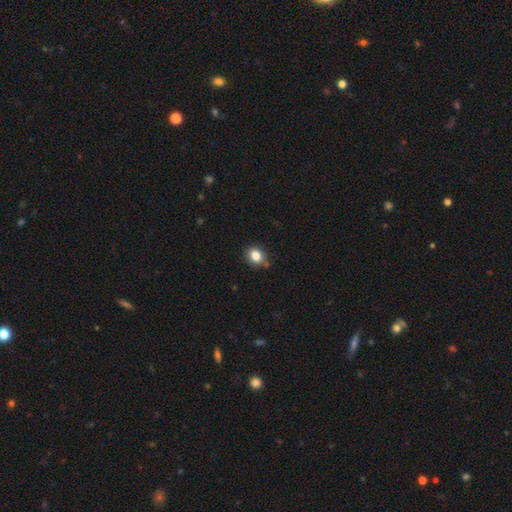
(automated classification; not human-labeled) A smooth galaxy with no disk features (83%) that is round (63%).

Vote fractions:
- Smooth or featured? smooth: 83% / star or artifact: 11% / featured or disk: 6%
- How rounded? round: 63% / in between: 36% / cigar-shaped: 1%
- Merging? none: 82% / minor disturbance: 12% / merger: 4% / major disturbance: 3%